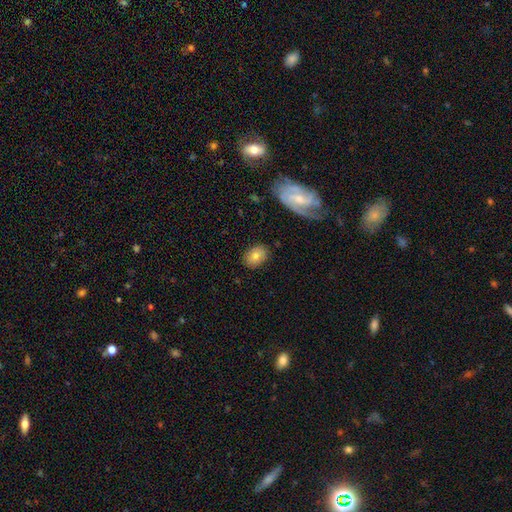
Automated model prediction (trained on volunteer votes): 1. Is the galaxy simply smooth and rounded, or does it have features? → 70% smooth, 22% featured or disk, 8% star or artifact.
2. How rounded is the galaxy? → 76% in between, 22% round, 1% cigar-shaped.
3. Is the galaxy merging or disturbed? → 82% none, 12% minor disturbance, 3% major disturbance, 2% merger.